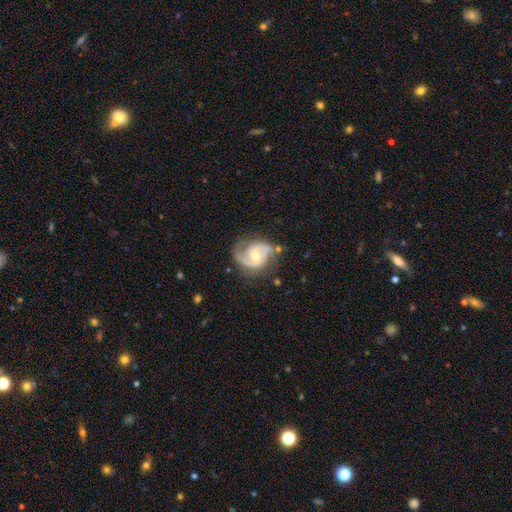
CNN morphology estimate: A featured or disk galaxy (88%) with no bar (49%), 2 (86%) medium (55%) spiral arms (97%) and a moderate central bulge (56%). Merging: none (68%).